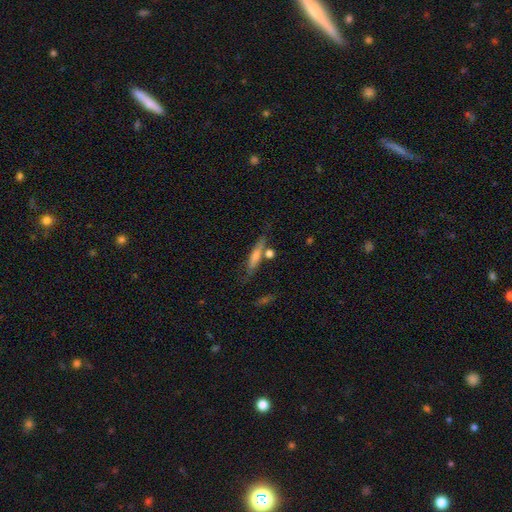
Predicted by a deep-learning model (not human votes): Smooth or featured? Predicted: featured or disk (p=0.48). Merging? Predicted: none (p=0.69).